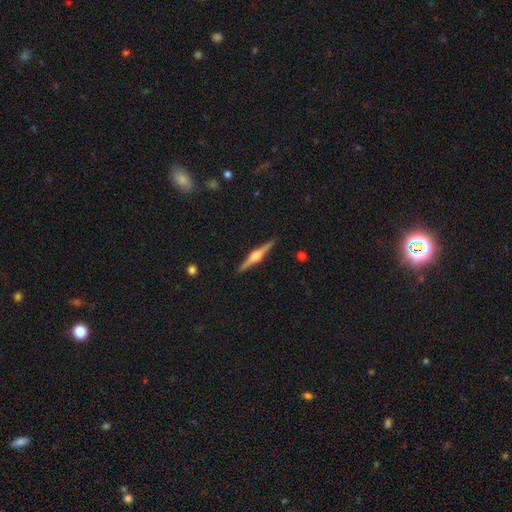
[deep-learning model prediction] Overall: featured or disk (81%). Edge-on disk: yes (98%). Edge-on bulge: rounded (90%). Merging: none (92%).